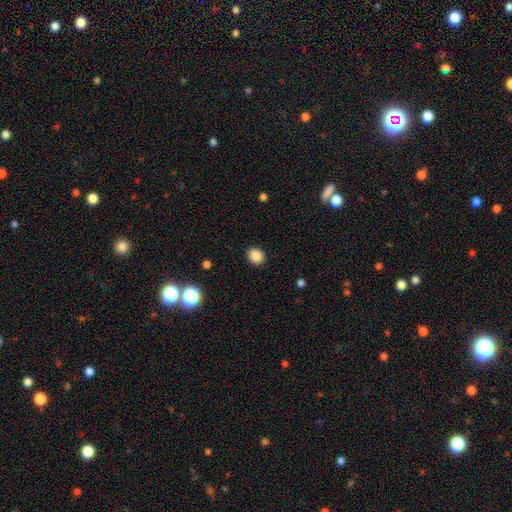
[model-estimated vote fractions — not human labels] Smooth or featured?
  - smooth: 87% *
  - star or artifact: 10%
  - featured or disk: 3%
How rounded?
  - round: 73% *
  - in between: 26%
  - cigar-shaped: 1%
Merging?
  - none: 91% *
  - minor disturbance: 6%
  - major disturbance: 2%
  - merger: 1%